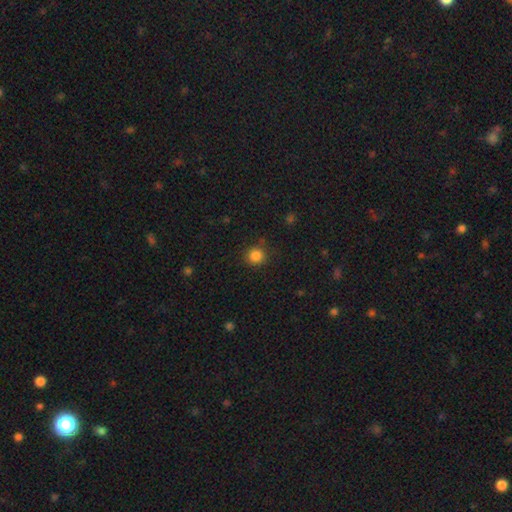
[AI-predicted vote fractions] A smooth galaxy with no disk features (85%) that is round (91%).

Vote fractions:
- Smooth or featured? smooth: 85% / star or artifact: 12% / featured or disk: 4%
- How rounded? round: 91% / in between: 8% / cigar-shaped: 1%
- Merging? none: 86% / minor disturbance: 9% / major disturbance: 3% / merger: 2%